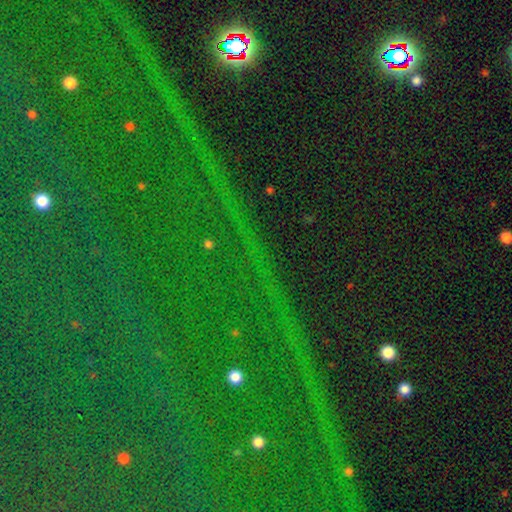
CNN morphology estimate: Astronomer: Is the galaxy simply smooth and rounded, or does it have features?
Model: star or artifact — 85%.